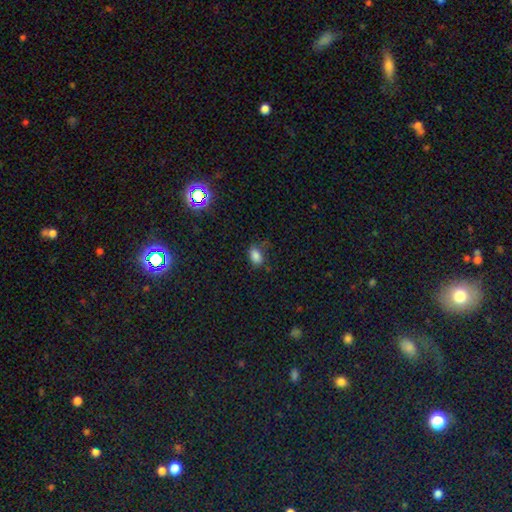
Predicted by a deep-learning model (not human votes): Smooth or featured?
  - smooth: 80% *
  - star or artifact: 13%
  - featured or disk: 7%
How rounded?
  - in between: 86% *
  - round: 12%
  - cigar-shaped: 2%
Merging?
  - none: 61% *
  - minor disturbance: 26%
  - major disturbance: 11%
  - merger: 2%